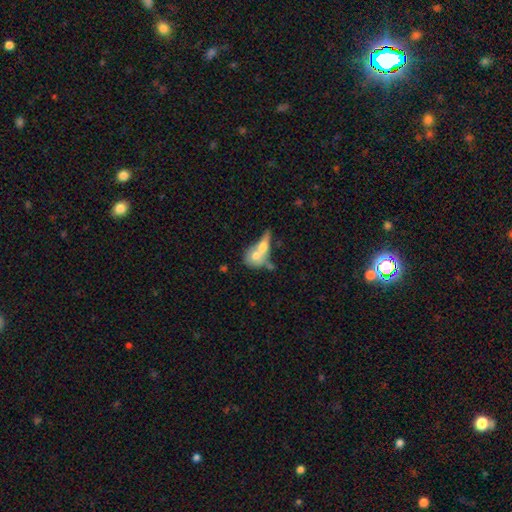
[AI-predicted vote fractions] This appears to be a smooth galaxy with no disk features (60%) that is in between round and cigar-shaped (49%). Merging: merger (69%).